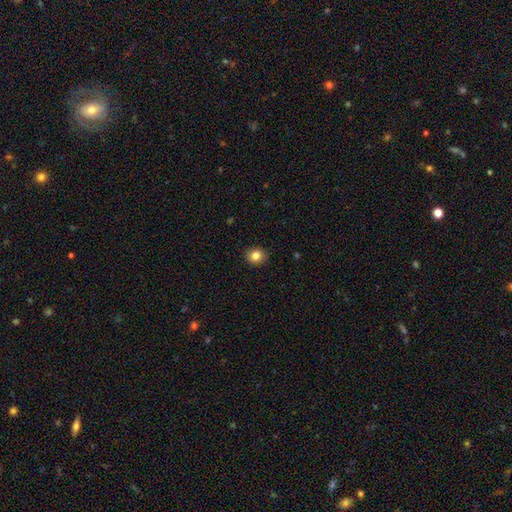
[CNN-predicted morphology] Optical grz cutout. It shows a smooth galaxy with no disk features (84%) that is round (74%). Merging: none (91%).